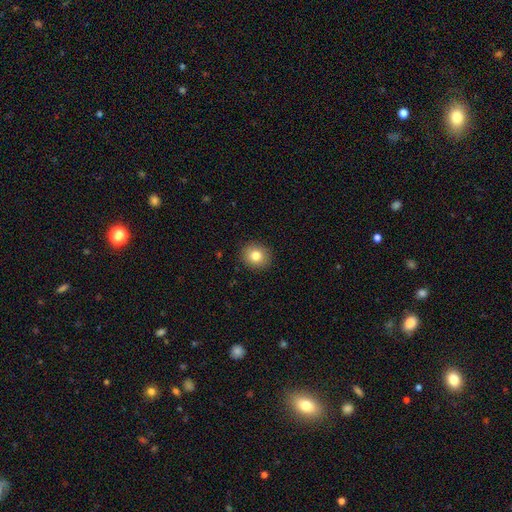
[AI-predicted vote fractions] This is clearly a smooth galaxy (82%). How rounded: clearly round (82%). Merging: clearly none (91%).